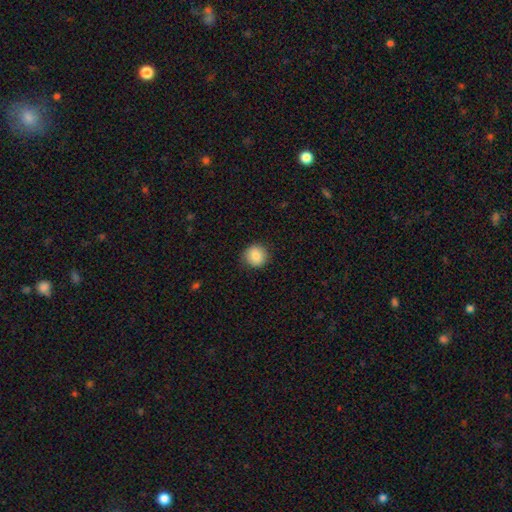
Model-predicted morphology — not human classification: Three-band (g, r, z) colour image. It shows a smooth galaxy with no disk features (86%) that is round (92%). Merging: none (89%).